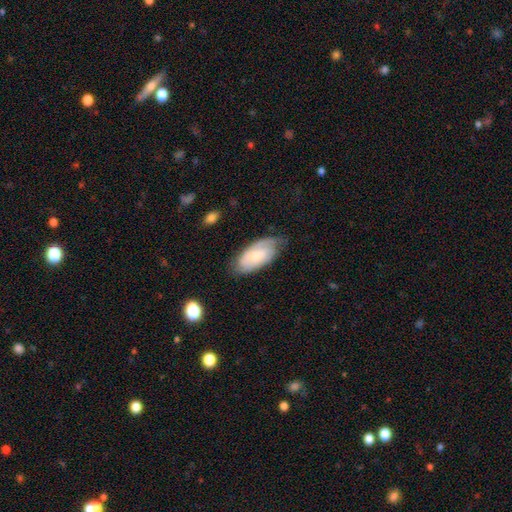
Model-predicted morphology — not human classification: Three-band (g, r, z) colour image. It shows a featured or disk galaxy (54%). Merging: none (63%).